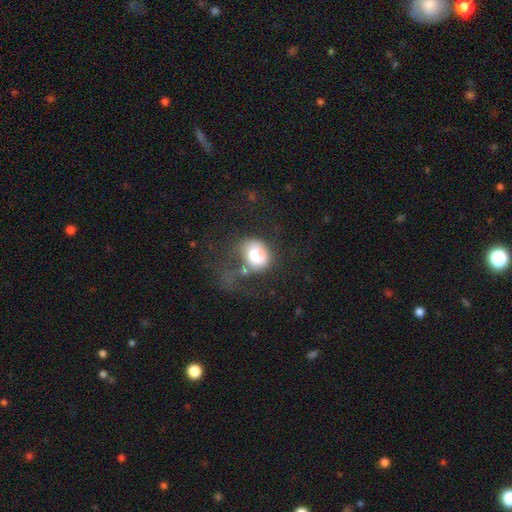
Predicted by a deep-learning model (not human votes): Smooth or featured: smooth — 74% (featured or disk — 17%)
How rounded: round — 57% (in between — 42%)
Merging: major disturbance — 40% (none — 28%)